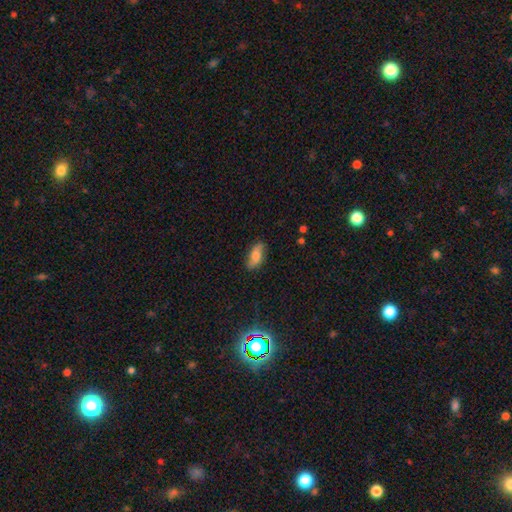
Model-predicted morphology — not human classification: smooth_or_featured: smooth (p=0.66) [alt: featured or disk p=0.25]
how_rounded: in between (p=0.84) [alt: cigar-shaped p=0.13]
merging: none (p=0.80) [alt: minor disturbance p=0.16]